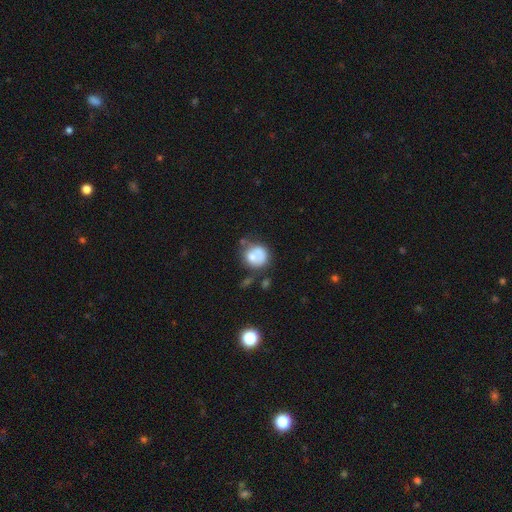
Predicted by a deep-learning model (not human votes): A smooth galaxy with no disk features (66%) that is round (77%).

Vote fractions:
- Smooth or featured? smooth: 66% / featured or disk: 25% / star or artifact: 9%
- How rounded? round: 77% / in between: 22% / cigar-shaped: 1%
- Merging? none: 38% / merger: 25% / minor disturbance: 22% / major disturbance: 15%